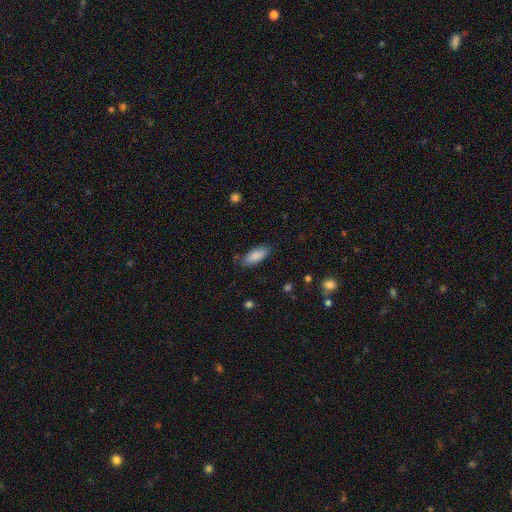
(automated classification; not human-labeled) Morphology: type=smooth (88%); roundness=in between (83%); merging=none (78%).